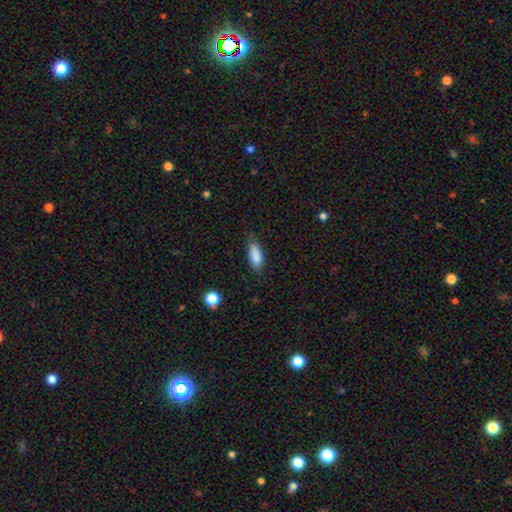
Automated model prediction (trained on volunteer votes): A smooth galaxy with no disk features (86%) that is in between round and cigar-shaped (72%).

Vote fractions:
- Smooth or featured? smooth: 86% / star or artifact: 7% / featured or disk: 7%
- How rounded? in between: 72% / cigar-shaped: 26% / round: 2%
- Merging? none: 72% / minor disturbance: 21% / major disturbance: 5% / merger: 1%